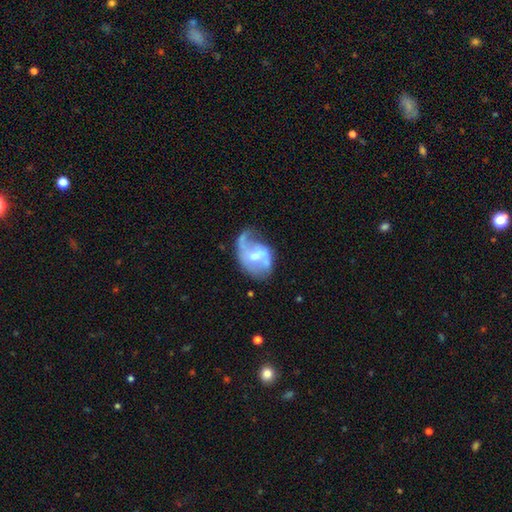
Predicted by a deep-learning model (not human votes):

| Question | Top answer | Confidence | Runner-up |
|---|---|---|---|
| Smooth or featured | featured or disk | 77% | smooth (17%) |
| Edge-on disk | no | 97% | yes (3%) |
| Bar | weak | 47% | no (38%) |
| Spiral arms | yes | 83% | no (17%) |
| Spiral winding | loose | 56% | medium (34%) |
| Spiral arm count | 2 | 60% | 1 (26%) |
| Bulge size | moderate | 60% | small (32%) |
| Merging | none | 34% | major disturbance (31%) |